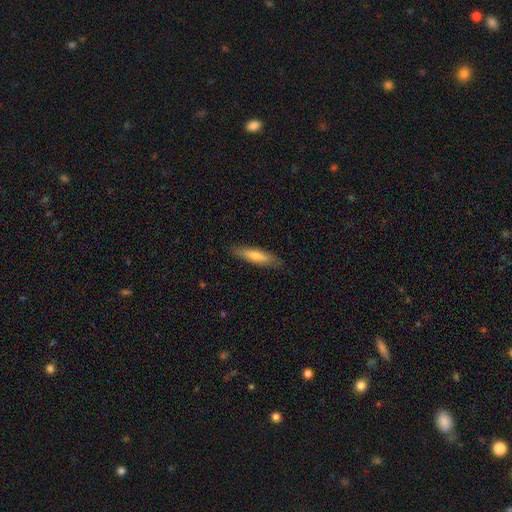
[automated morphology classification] type=smooth (62%); roundness=cigar-shaped (77%); merging=none (85%).